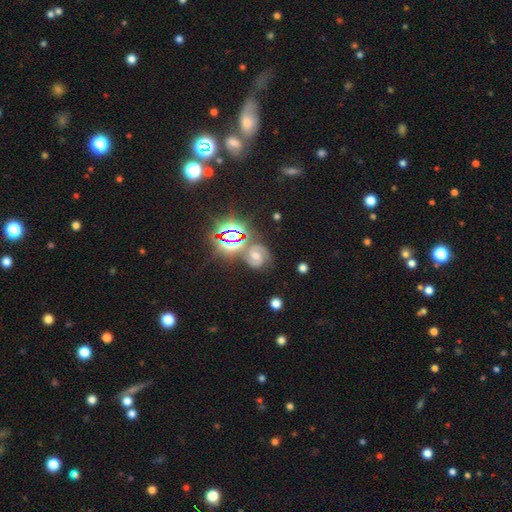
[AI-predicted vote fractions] This appears to be a featured or disk galaxy (52%). Merging: none (67%).